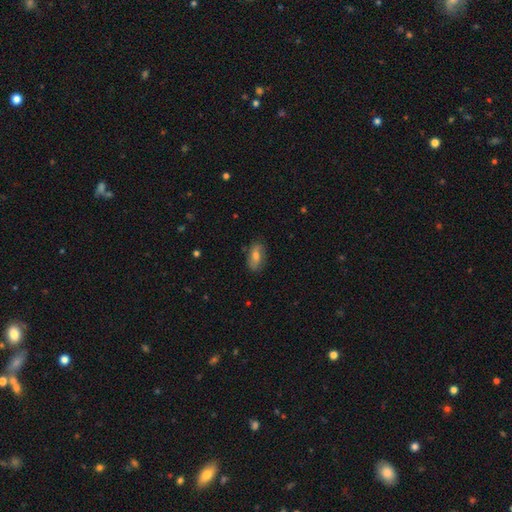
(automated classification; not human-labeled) smooth-or-featured: smooth: 57% | featured or disk: 34% | star or artifact: 9%
  how-rounded: in between: 86% | cigar-shaped: 8% | round: 6%
  merging: none: 81% | minor disturbance: 15% | major disturbance: 3% | merger: 1%